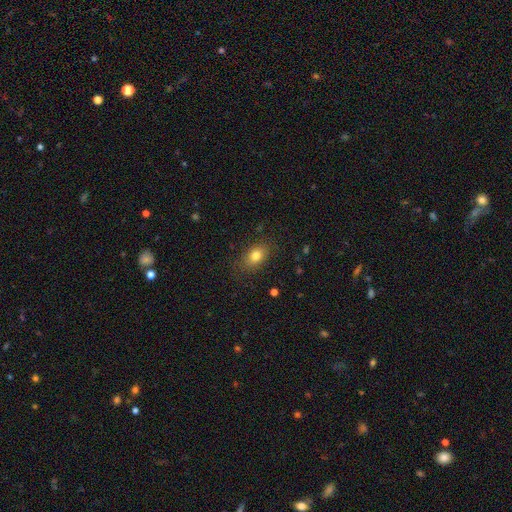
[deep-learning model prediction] Smooth or featured?
  - smooth: 79% *
  - featured or disk: 11%
  - star or artifact: 10%
How rounded?
  - in between: 80% *
  - round: 18%
  - cigar-shaped: 2%
Merging?
  - none: 81% *
  - minor disturbance: 14%
  - major disturbance: 4%
  - merger: 1%